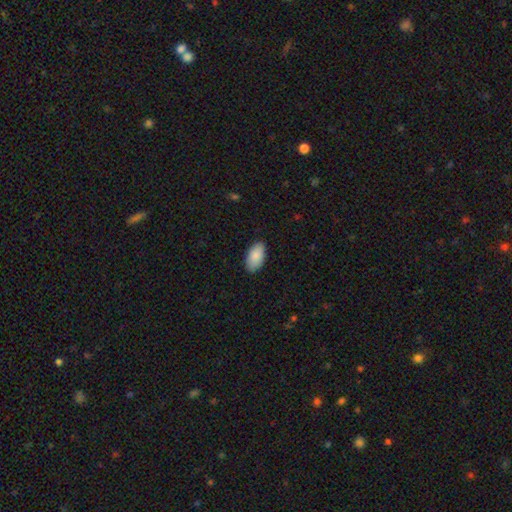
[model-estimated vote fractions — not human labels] smooth-or-featured: smooth: 88% | star or artifact: 6% | featured or disk: 6%
  how-rounded: in between: 95% | round: 3% | cigar-shaped: 2%
  merging: none: 87% | minor disturbance: 10% | major disturbance: 2% | merger: 1%